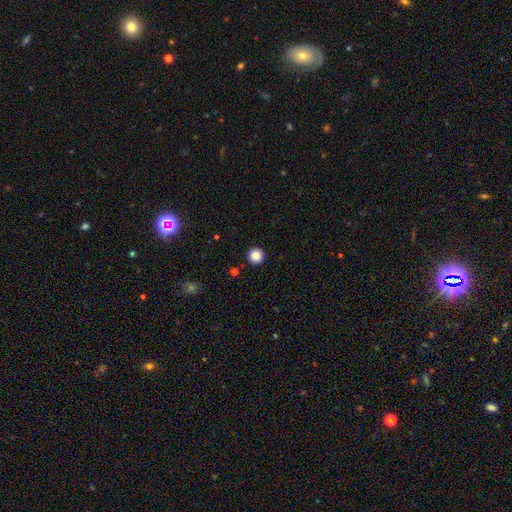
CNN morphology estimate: Overall: smooth (85%). How rounded: round (97%). Merging: none (94%).